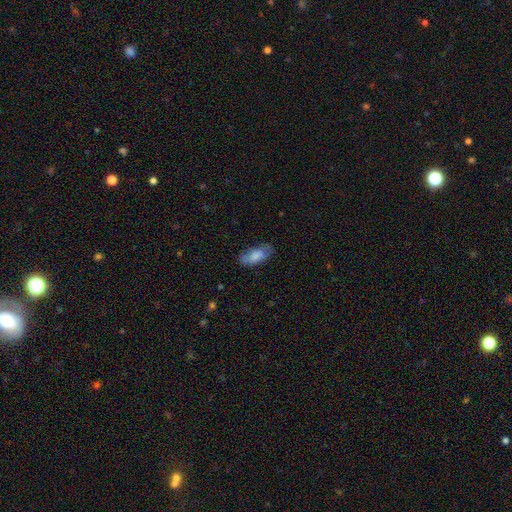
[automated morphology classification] A smooth galaxy with no disk features (73%) that is in between round and cigar-shaped (85%).

Vote fractions:
- Smooth or featured? smooth: 73% / featured or disk: 20% / star or artifact: 7%
- How rounded? in between: 85% / cigar-shaped: 12% / round: 2%
- Merging? none: 69% / minor disturbance: 22% / major disturbance: 7% / merger: 2%